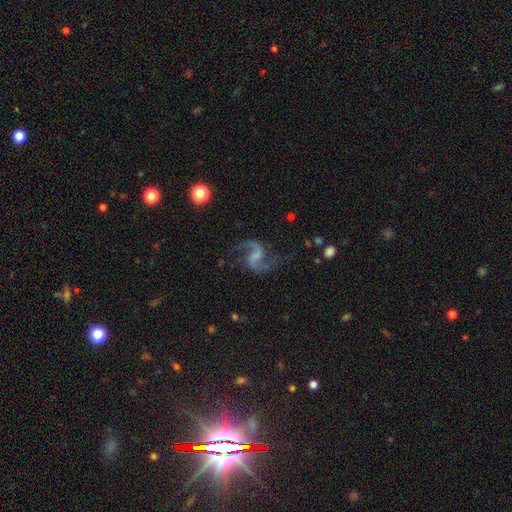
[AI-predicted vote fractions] A featured or disk galaxy (90%) with a weak bar (48%), 2 (93%) loose (65%) spiral arms (97%) and no central bulge (61%). Merging: none (73%).